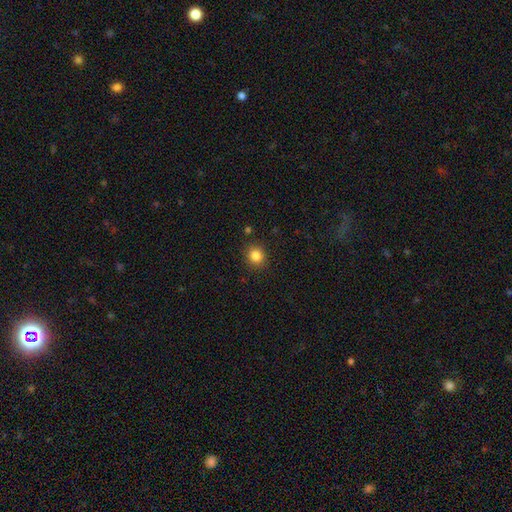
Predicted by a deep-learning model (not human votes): A smooth galaxy with no disk features (84%) that is round (82%). Merging: none (88%).